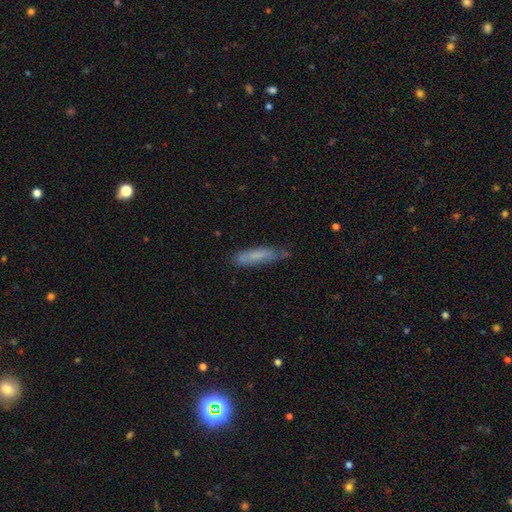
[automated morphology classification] smooth-or-featured: smooth: 72% | featured or disk: 20% | star or artifact: 7%
  how-rounded: cigar-shaped: 83% | in between: 16% | round: 1%
  merging: none: 66% | minor disturbance: 26% | major disturbance: 6% | merger: 3%